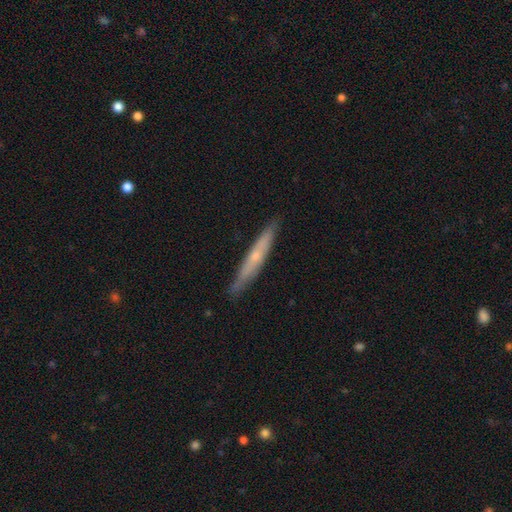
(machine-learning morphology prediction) Smooth or featured? Predicted: featured or disk (p=0.55). Edge-on disk? Predicted: yes (p=0.90). Merging? Predicted: none (p=0.87).